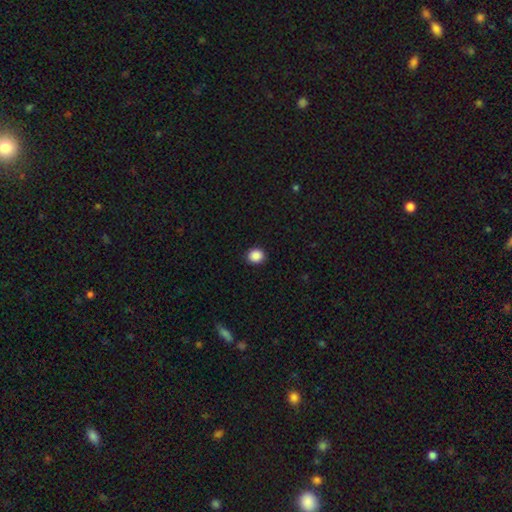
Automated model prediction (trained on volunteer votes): Smooth or featured? Predicted: smooth (p=0.89). How rounded? Predicted: round (p=0.80). Merging? Predicted: none (p=0.92).